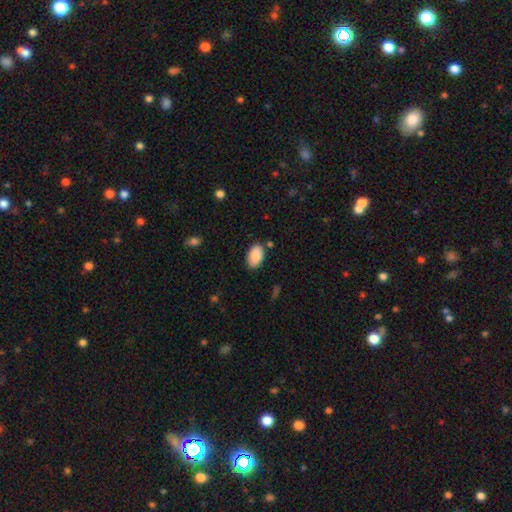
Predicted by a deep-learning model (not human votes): This appears to be a smooth galaxy with no disk features (86%) that is in between round and cigar-shaped (93%). Merging: none (81%).